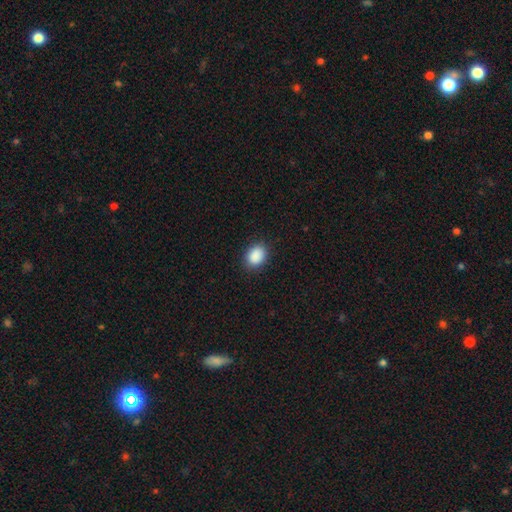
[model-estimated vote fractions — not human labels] smooth-or-featured: smooth: 90% | star or artifact: 8% | featured or disk: 3%
  how-rounded: in between: 67% | round: 32% | cigar-shaped: 1%
  merging: none: 88% | minor disturbance: 9% | major disturbance: 2% | merger: 1%